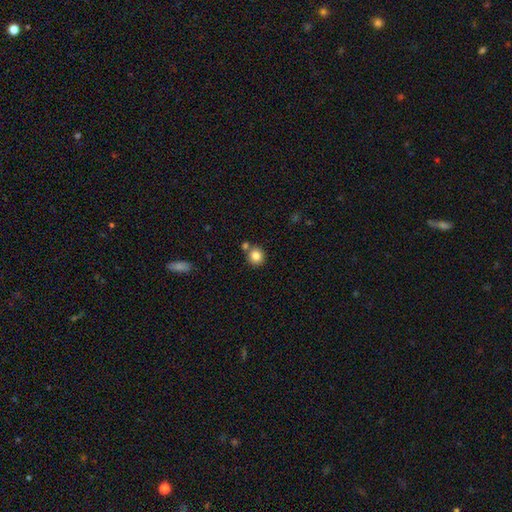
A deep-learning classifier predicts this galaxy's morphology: Smooth or featured?
  - smooth: 83% *
  - star or artifact: 10%
  - featured or disk: 7%
How rounded?
  - round: 88% *
  - in between: 11%
  - cigar-shaped: 1%
Merging?
  - none: 72% *
  - merger: 16%
  - minor disturbance: 9%
  - major disturbance: 3%